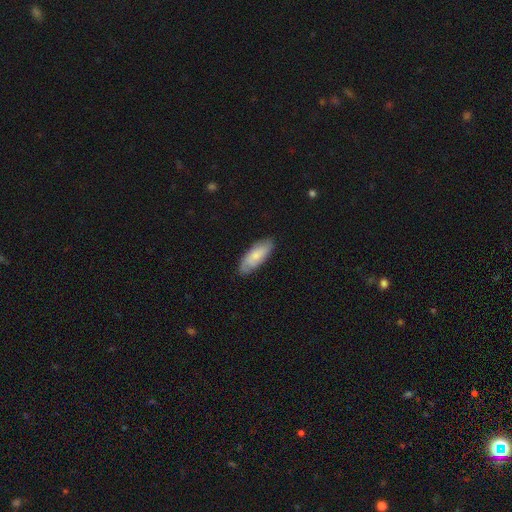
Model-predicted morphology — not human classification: A smooth galaxy with no disk features (69%) that is in between round and cigar-shaped (75%). Merging: none (81%).